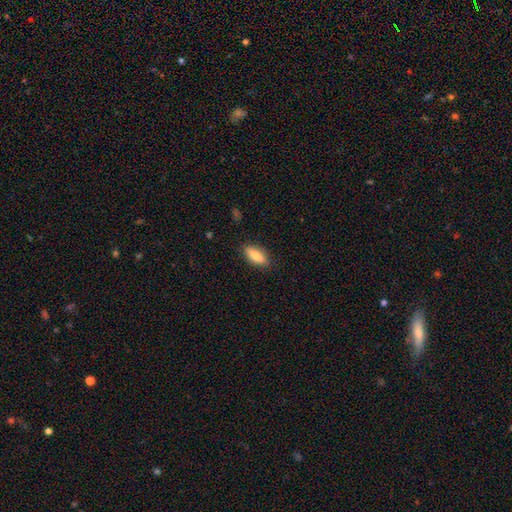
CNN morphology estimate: A smooth galaxy with no disk features (77%) that is in between round and cigar-shaped (63%).

Vote fractions:
- Smooth or featured? smooth: 77% / featured or disk: 17% / star or artifact: 7%
- How rounded? in between: 63% / cigar-shaped: 35% / round: 3%
- Merging? none: 86% / minor disturbance: 10% / major disturbance: 2% / merger: 1%